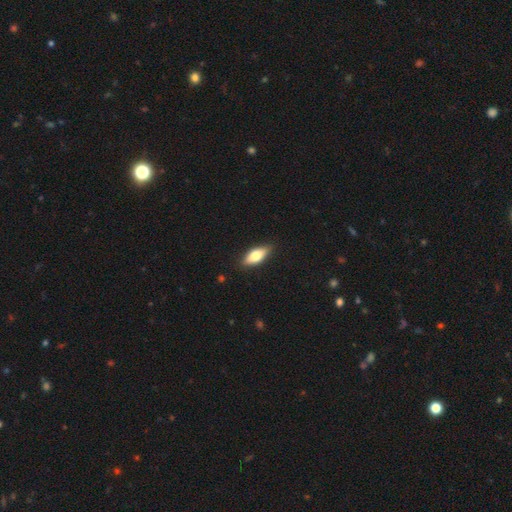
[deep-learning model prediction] Q: Smooth or featured?
A: smooth (70%); runner-up: featured or disk (24%)
Q: How rounded?
A: in between (77%); runner-up: cigar-shaped (20%)
Q: Merging?
A: none (86%); runner-up: minor disturbance (11%)